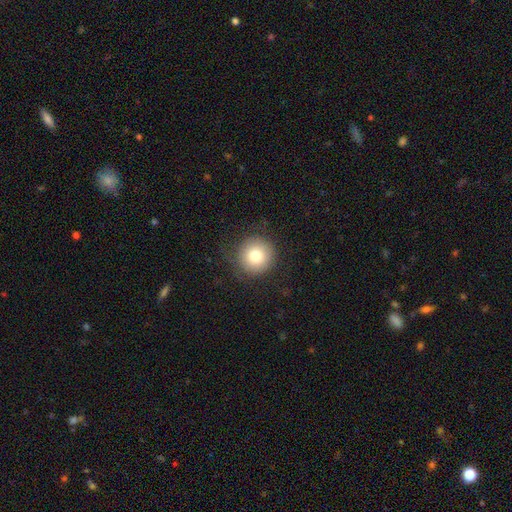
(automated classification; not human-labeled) Morphology: type=smooth (78%); roundness=round (95%); merging=none (84%).